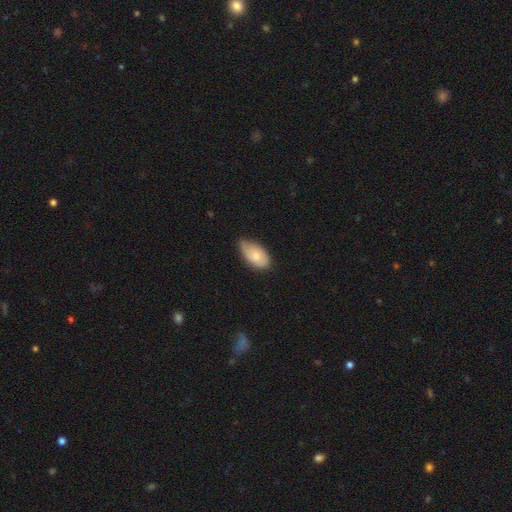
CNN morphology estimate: The model was most divided on "merging": none: 50%, minor disturbance: 41%, major disturbance: 7%, merger: 2%. More confident: how rounded — in between (94%); smooth or featured — smooth (73%).